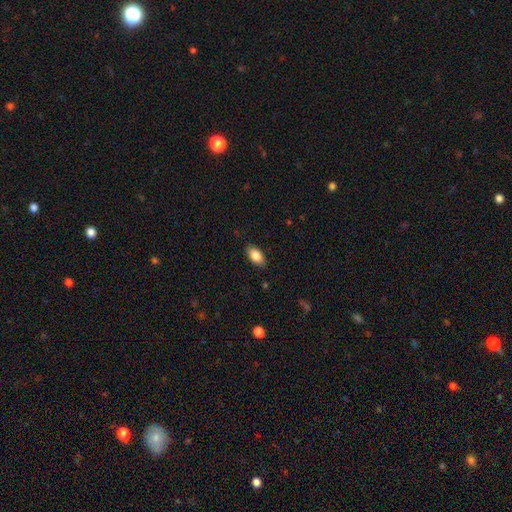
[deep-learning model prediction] Smooth or featured? Predicted: smooth (p=0.87). How rounded? Predicted: in between (p=0.92). Merging? Predicted: none (p=0.87).